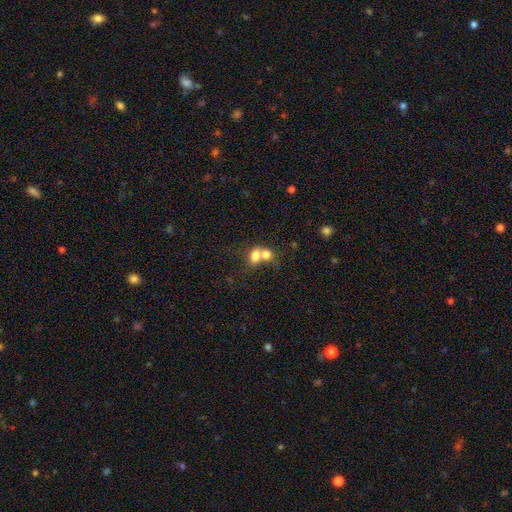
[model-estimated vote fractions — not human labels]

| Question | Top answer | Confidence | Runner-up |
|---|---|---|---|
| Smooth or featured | smooth | 74% | featured or disk (16%) |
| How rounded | in between | 57% | round (41%) |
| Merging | merger | 67% | none (22%) |